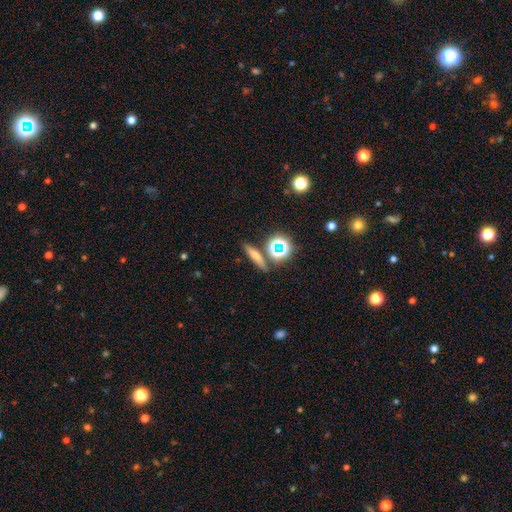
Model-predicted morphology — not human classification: Smooth or featured?
  - smooth: 60% *
  - star or artifact: 20%
  - featured or disk: 20%
How rounded?
  - cigar-shaped: 70% *
  - in between: 17%
  - round: 13%
Merging?
  - none: 78% *
  - minor disturbance: 9%
  - merger: 9%
  - major disturbance: 3%